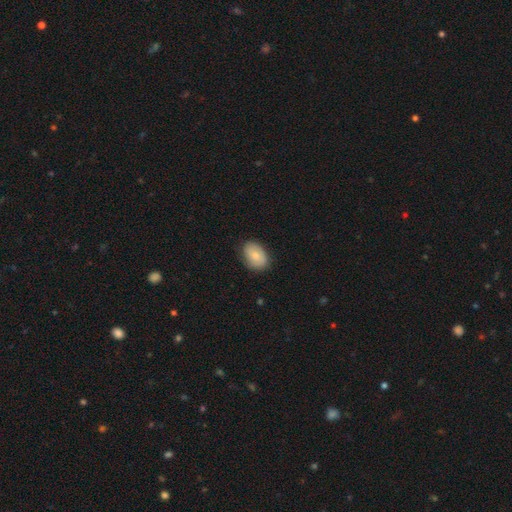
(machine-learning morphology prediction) This appears to be a smooth galaxy with no disk features (79%) that is in between round and cigar-shaped (84%). Merging: none (82%).